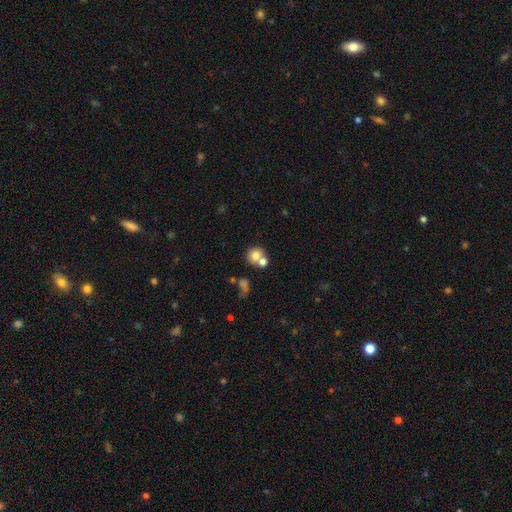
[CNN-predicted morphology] smooth-or-featured: smooth: 73% | featured or disk: 16% | star or artifact: 11%
  how-rounded: round: 82% | in between: 17% | cigar-shaped: 1%
  merging: merger: 45% | none: 42% | minor disturbance: 9% | major disturbance: 5%